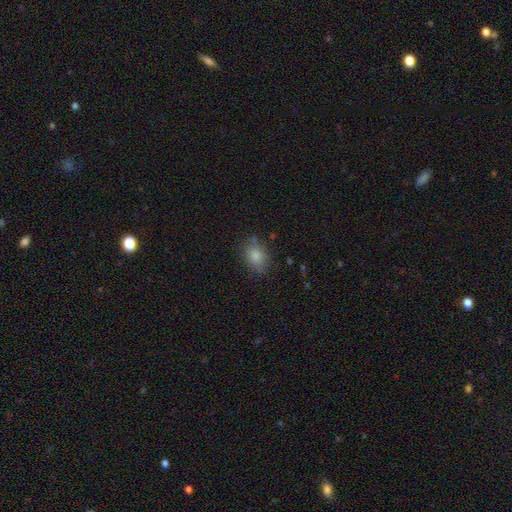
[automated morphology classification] smooth-or-featured: smooth: 83% | star or artifact: 10% | featured or disk: 7%
  how-rounded: in between: 63% | round: 35% | cigar-shaped: 1%
  merging: none: 75% | minor disturbance: 16% | major disturbance: 5% | merger: 3%